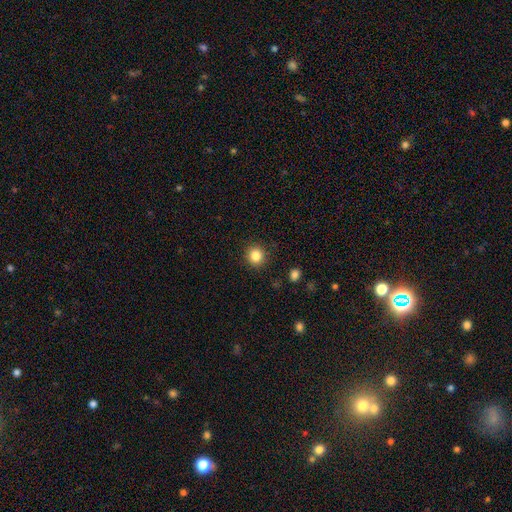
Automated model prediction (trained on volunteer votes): smooth-or-featured: smooth: 85% | star or artifact: 11% | featured or disk: 5%
  how-rounded: round: 92% | in between: 7% | cigar-shaped: 1%
  merging: none: 91% | minor disturbance: 6% | major disturbance: 2% | merger: 1%